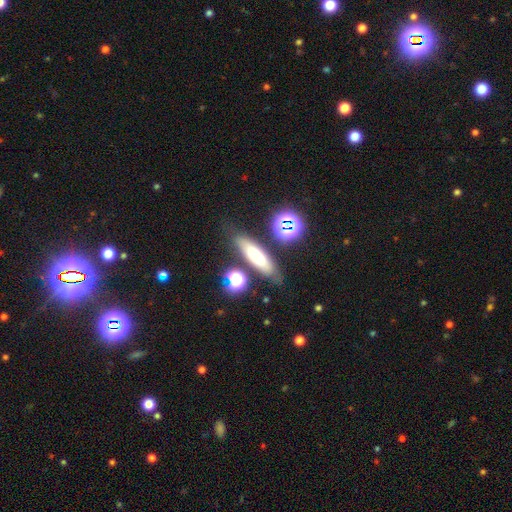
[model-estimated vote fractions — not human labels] Smooth or featured: smooth — 63% (featured or disk — 23%)
How rounded: cigar-shaped — 61% (in between — 34%)
Merging: none — 77% (minor disturbance — 13%)